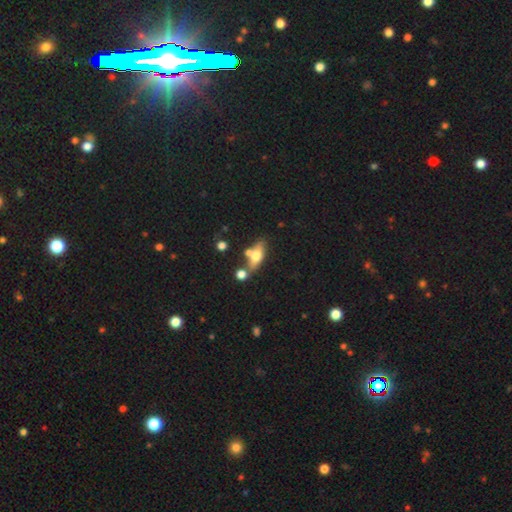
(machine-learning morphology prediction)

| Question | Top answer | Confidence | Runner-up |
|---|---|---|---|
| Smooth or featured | smooth | 58% | featured or disk (33%) |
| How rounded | in between | 65% | cigar-shaped (29%) |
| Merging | none | 58% | merger (22%) |